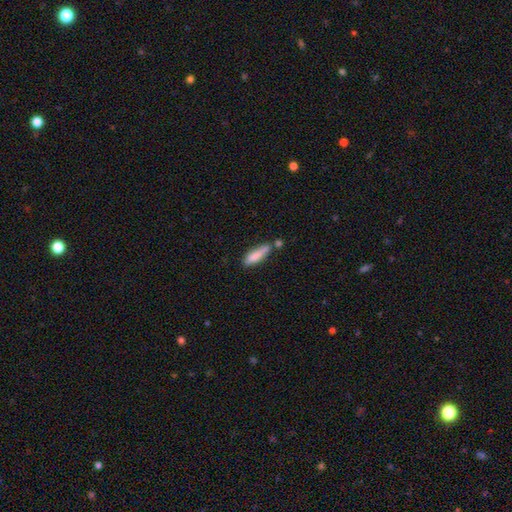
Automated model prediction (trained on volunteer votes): smooth 80%, featured or disk 14%, star or artifact 6%. Down the decision tree: how rounded — cigar-shaped (66%); merging — none (52%).